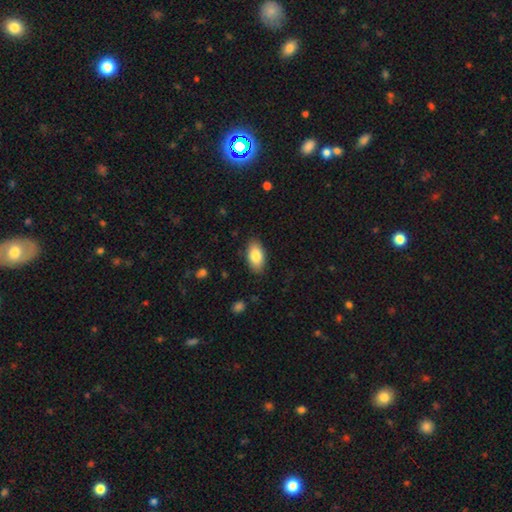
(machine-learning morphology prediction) A smooth galaxy with no disk features (83%) that is in between round and cigar-shaped (93%).

Vote fractions:
- Smooth or featured? smooth: 83% / featured or disk: 11% / star or artifact: 6%
- How rounded? in between: 93% / round: 3% / cigar-shaped: 3%
- Merging? none: 87% / minor disturbance: 10% / major disturbance: 2% / merger: 1%